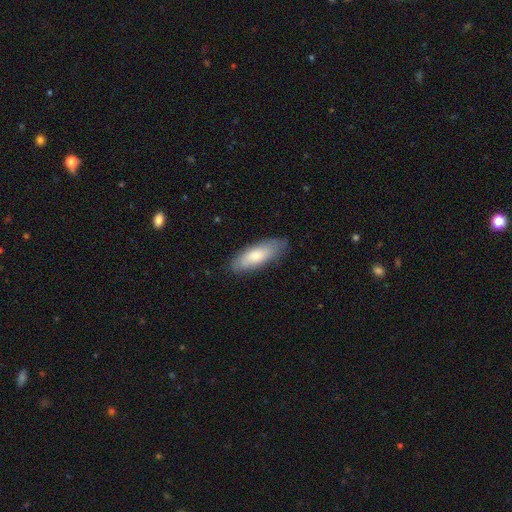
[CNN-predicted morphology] Smooth or featured? Predicted: smooth (p=0.76). How rounded? Predicted: in between (p=0.63). Merging? Predicted: none (p=0.80).